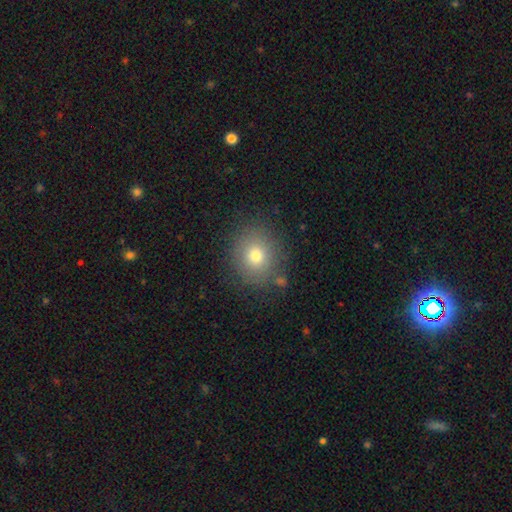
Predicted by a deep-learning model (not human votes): This appears to be a smooth galaxy with no disk features (74%) that is round (79%). Merging: none (83%).